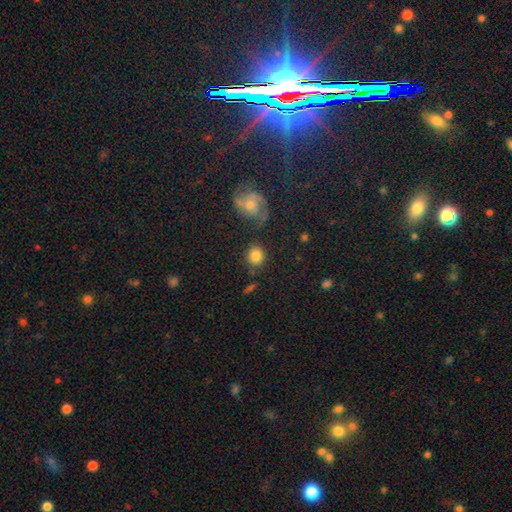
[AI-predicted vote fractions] Smooth or featured: smooth — 82% (featured or disk — 10%)
How rounded: round — 84% (in between — 15%)
Merging: none — 77% (minor disturbance — 11%)